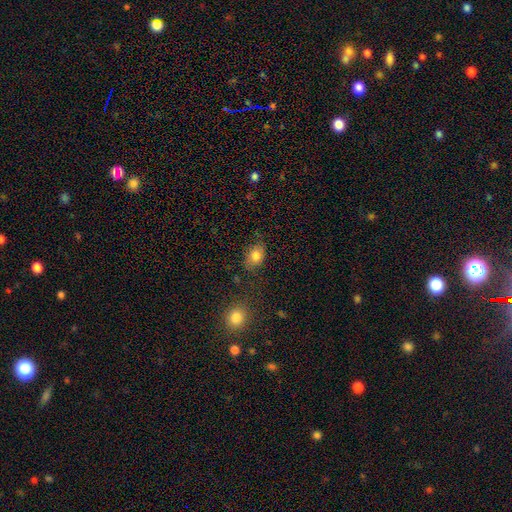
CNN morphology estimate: Q: Smooth or featured?
A: smooth (79%); runner-up: featured or disk (11%)
Q: How rounded?
A: in between (77%); runner-up: round (21%)
Q: Merging?
A: none (75%); runner-up: minor disturbance (17%)